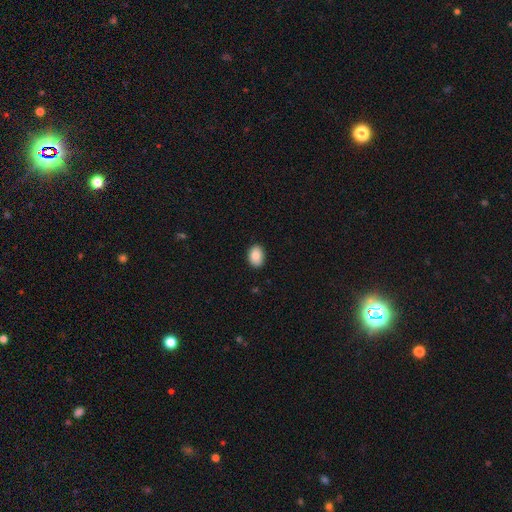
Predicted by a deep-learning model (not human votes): Overall: smooth (87%). How rounded: in between (75%). Merging: none (89%).